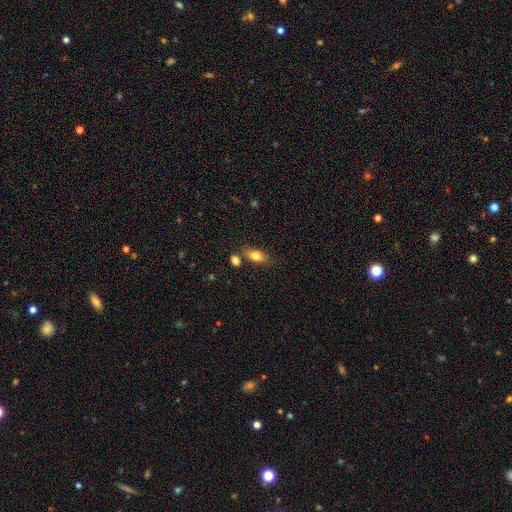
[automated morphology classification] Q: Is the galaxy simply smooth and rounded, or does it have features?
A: smooth — 79%.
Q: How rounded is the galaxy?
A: in between — 82%.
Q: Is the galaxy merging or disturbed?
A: none — 69%.